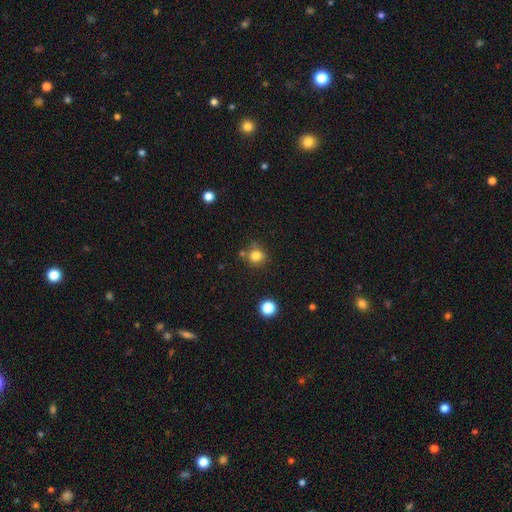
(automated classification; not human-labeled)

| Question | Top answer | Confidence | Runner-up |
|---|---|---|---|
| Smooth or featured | smooth | 80% | star or artifact (13%) |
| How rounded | round | 85% | in between (14%) |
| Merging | none | 70% | minor disturbance (14%) |